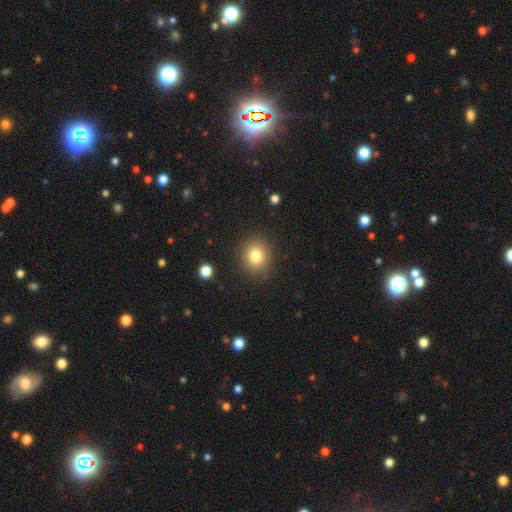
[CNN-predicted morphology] Smooth or featured: smooth — 80% (star or artifact — 12%)
How rounded: round — 79% (in between — 20%)
Merging: none — 88% (minor disturbance — 8%)